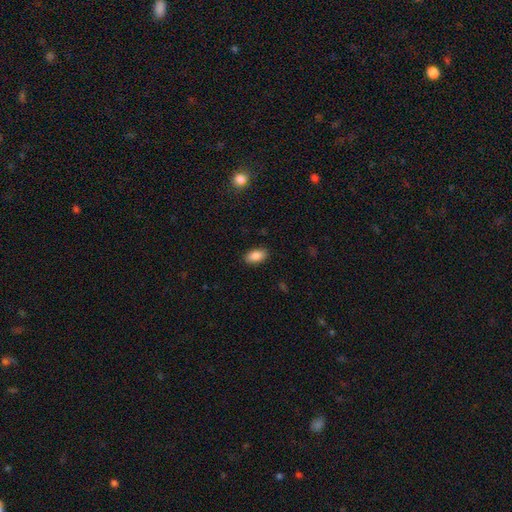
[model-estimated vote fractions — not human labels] Morphology: type=smooth (88%); roundness=in between (93%); merging=none (89%).